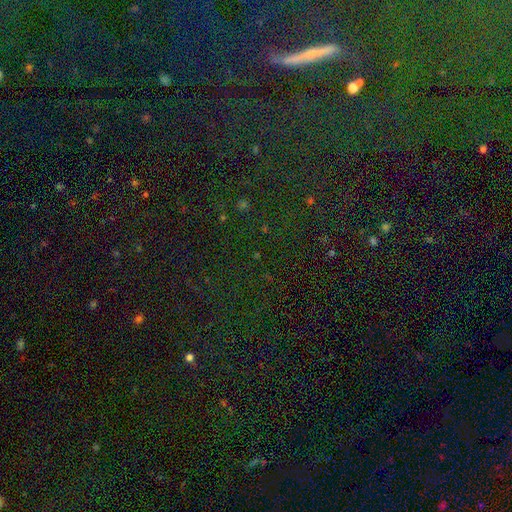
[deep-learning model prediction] This is likely a star or artifact rather than a galaxy (77%).